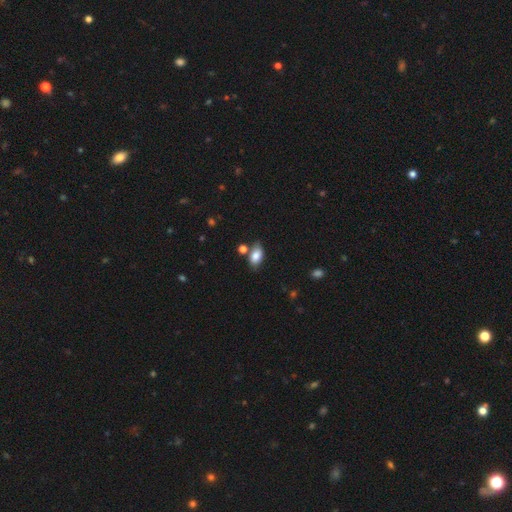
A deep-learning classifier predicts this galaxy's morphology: The model was most divided on "merging": none: 68%, minor disturbance: 17%, merger: 11%, major disturbance: 4%. More confident: how rounded — in between (90%); smooth or featured — smooth (84%).